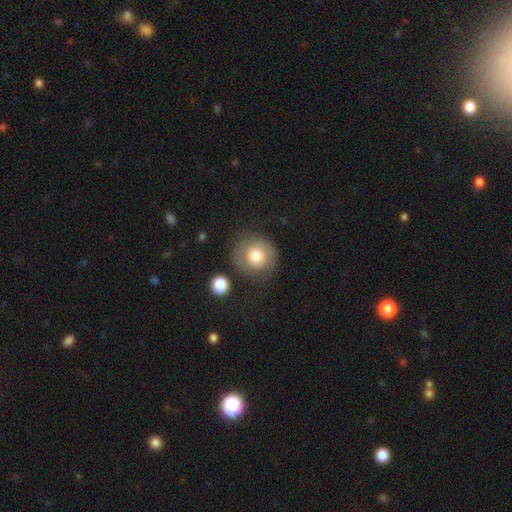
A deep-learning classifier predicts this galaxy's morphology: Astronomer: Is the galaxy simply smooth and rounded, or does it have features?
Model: smooth — 70%.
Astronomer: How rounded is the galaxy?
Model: round — 87%.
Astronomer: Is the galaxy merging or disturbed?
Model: none — 72%.